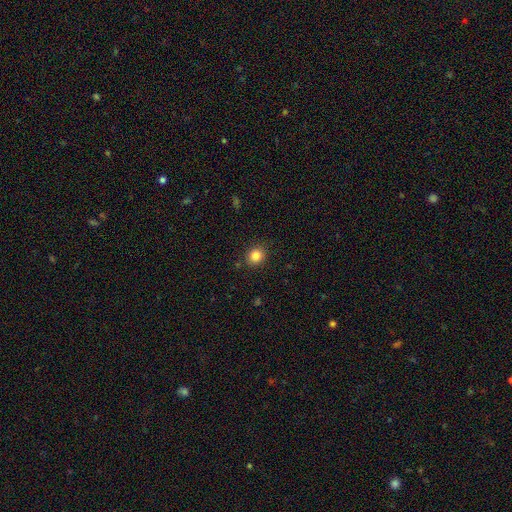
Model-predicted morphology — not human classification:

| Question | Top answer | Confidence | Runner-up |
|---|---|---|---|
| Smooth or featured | smooth | 84% | star or artifact (11%) |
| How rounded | round | 77% | in between (22%) |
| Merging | none | 88% | minor disturbance (8%) |